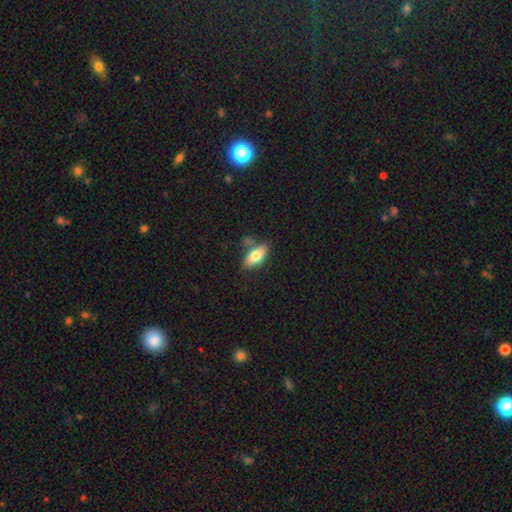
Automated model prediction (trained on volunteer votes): This appears to be a smooth galaxy with no disk features (76%) that is in between round and cigar-shaped (87%). Merging: none (66%).